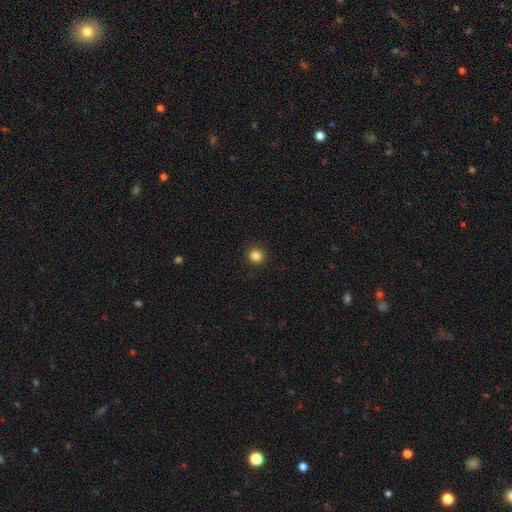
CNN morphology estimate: type=smooth (84%); roundness=round (91%); merging=none (92%).